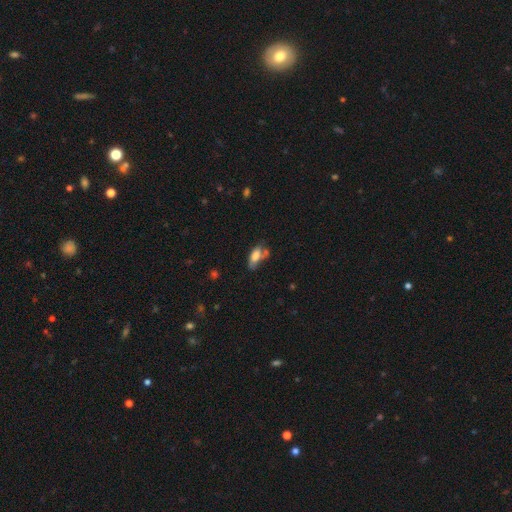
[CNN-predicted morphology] A smooth galaxy with no disk features (69%) that is in between round and cigar-shaped (83%). Merging: none (37%).